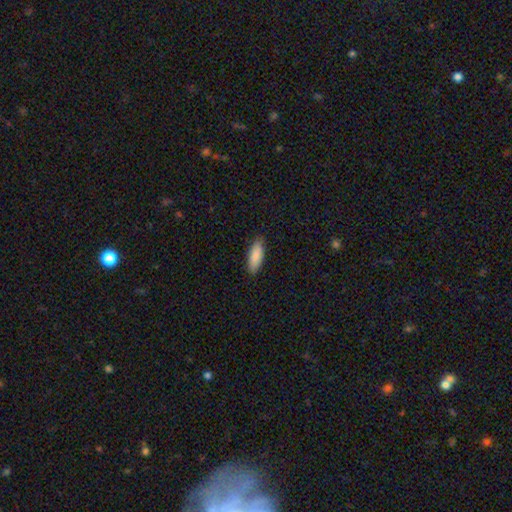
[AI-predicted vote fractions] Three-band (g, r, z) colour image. It shows a smooth galaxy with no disk features (88%) that is in between round and cigar-shaped (67%). Merging: none (88%).